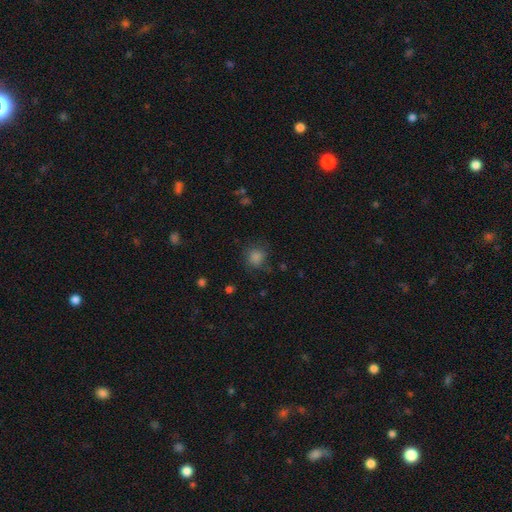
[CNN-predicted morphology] A smooth galaxy with no disk features (78%) that is round (86%). Merging: none (76%).